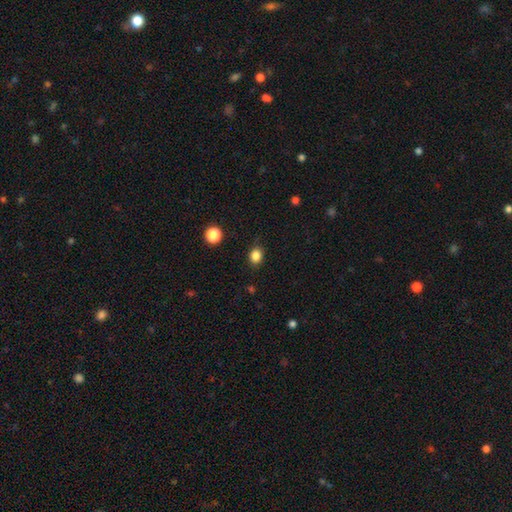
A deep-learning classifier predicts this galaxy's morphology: A smooth galaxy with no disk features (85%) that is round (52%). Merging: none (84%).